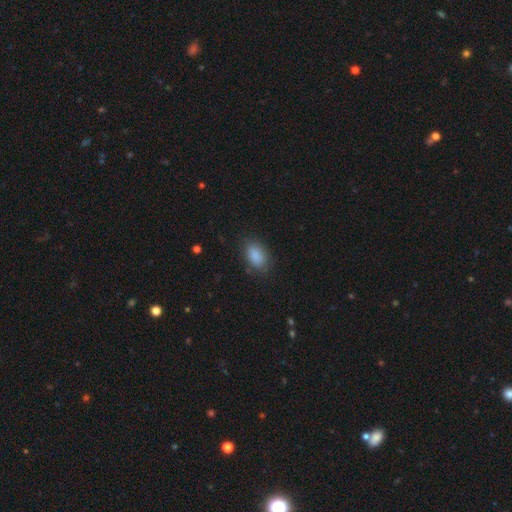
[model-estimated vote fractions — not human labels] Q: Smooth or featured?
A: smooth (88%); runner-up: star or artifact (8%)
Q: How rounded?
A: in between (90%); runner-up: round (8%)
Q: Merging?
A: none (81%); runner-up: minor disturbance (14%)